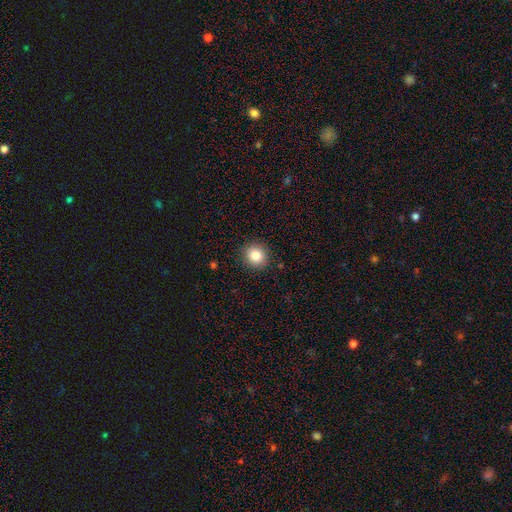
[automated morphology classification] Smooth or featured?
  - smooth: 83% *
  - star or artifact: 10%
  - featured or disk: 7%
How rounded?
  - round: 90% *
  - in between: 9%
  - cigar-shaped: 1%
Merging?
  - none: 91% *
  - minor disturbance: 6%
  - major disturbance: 2%
  - merger: 1%